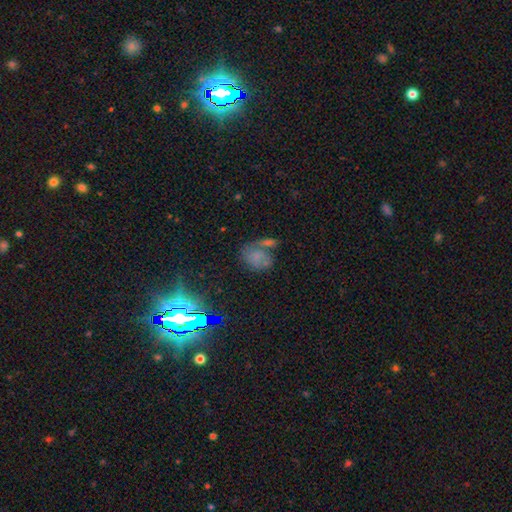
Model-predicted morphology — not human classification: A smooth galaxy with no disk features (50%) that is in between round and cigar-shaped (52%).

Vote fractions:
- Smooth or featured? smooth: 50% / featured or disk: 27% / star or artifact: 23%
- How rounded? in between: 52% / round: 47% / cigar-shaped: 2%
- Merging? none: 39% / merger: 31% / minor disturbance: 17% / major disturbance: 13%